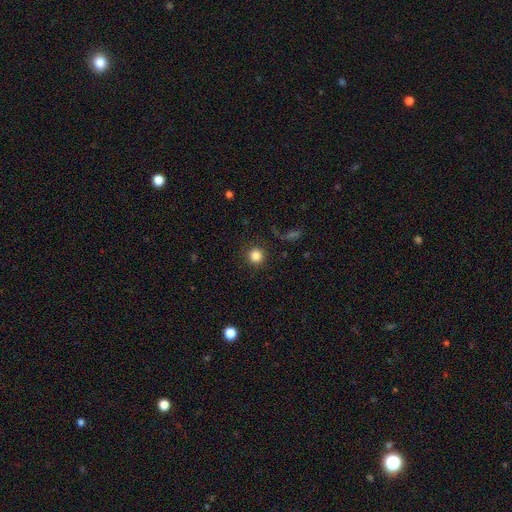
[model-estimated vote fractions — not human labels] A smooth galaxy with no disk features (85%) that is round (95%).

Vote fractions:
- Smooth or featured? smooth: 85% / star or artifact: 11% / featured or disk: 5%
- How rounded? round: 95% / in between: 4% / cigar-shaped: 1%
- Merging? none: 89% / minor disturbance: 6% / major disturbance: 3% / merger: 1%